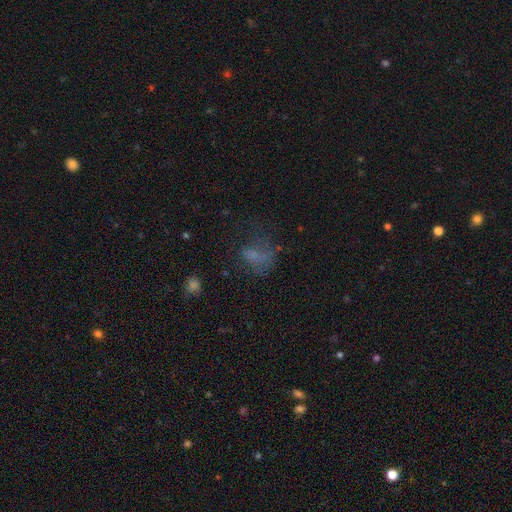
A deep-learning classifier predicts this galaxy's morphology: Overall: smooth (51%; featured or disk 26%). How rounded: in between (69%). Merging: major disturbance (42%; none 34%).